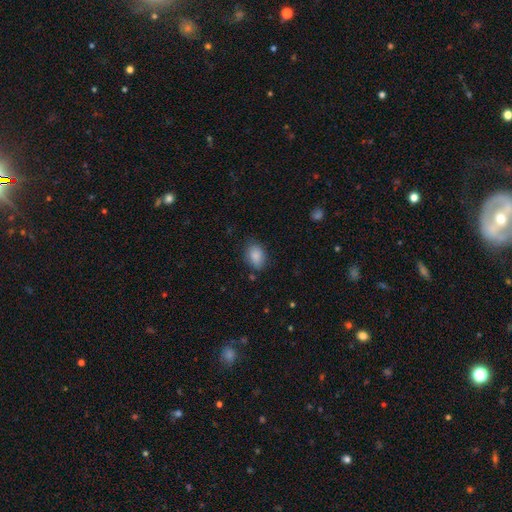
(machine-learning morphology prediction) smooth-or-featured: smooth: 87% | star or artifact: 8% | featured or disk: 5%
  how-rounded: in between: 77% | round: 22% | cigar-shaped: 1%
  merging: none: 76% | minor disturbance: 18% | major disturbance: 4% | merger: 2%